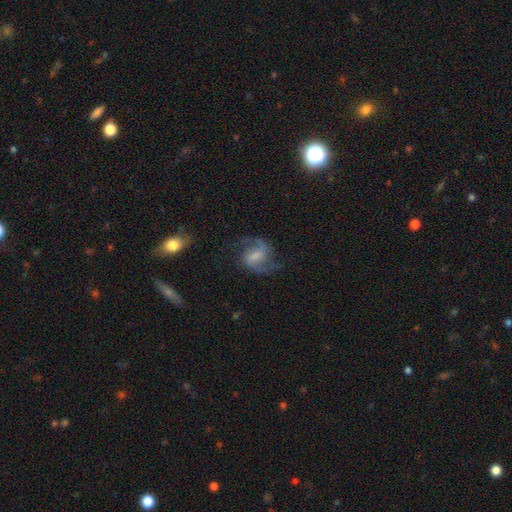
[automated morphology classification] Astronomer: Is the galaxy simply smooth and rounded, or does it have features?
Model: featured or disk — 82%.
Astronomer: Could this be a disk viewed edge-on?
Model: no — 98%.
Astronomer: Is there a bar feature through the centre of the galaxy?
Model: weak — 55%.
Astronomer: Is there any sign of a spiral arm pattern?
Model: yes — 96%.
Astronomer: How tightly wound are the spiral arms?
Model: medium — 50% (runner-up: loose, 40%).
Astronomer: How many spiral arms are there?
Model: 2 — 91%.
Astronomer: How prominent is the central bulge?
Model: moderate — 32%, tied with small at 32%.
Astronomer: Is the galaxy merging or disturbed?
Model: none — 70%.